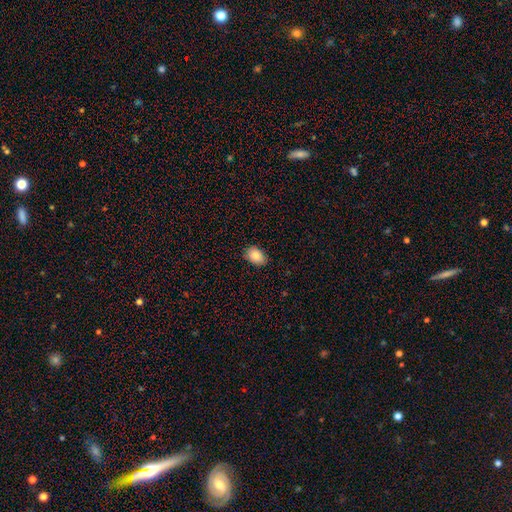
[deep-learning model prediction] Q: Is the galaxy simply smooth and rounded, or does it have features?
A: smooth — 85%.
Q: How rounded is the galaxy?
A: in between — 82%.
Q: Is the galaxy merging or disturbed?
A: none — 85%.